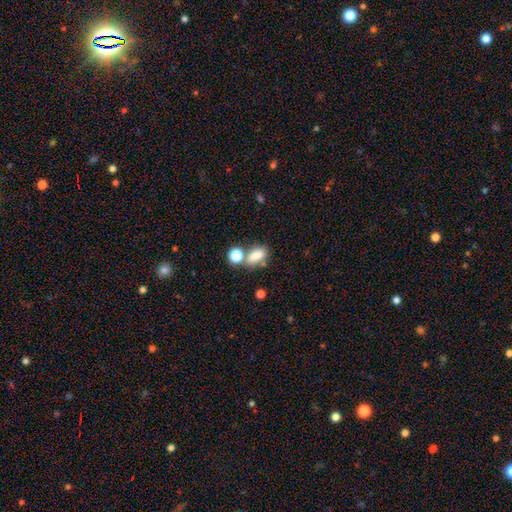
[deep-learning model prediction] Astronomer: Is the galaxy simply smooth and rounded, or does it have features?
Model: smooth — 79%.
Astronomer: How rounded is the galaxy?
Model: in between — 81%.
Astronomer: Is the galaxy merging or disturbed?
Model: none — 49% (runner-up: merger, 32%).